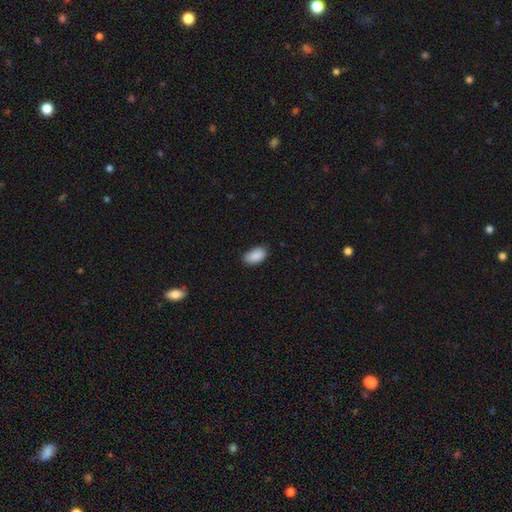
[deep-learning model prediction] This is clearly a smooth galaxy (90%). How rounded: clearly in between (94%). Merging: clearly none (84%).